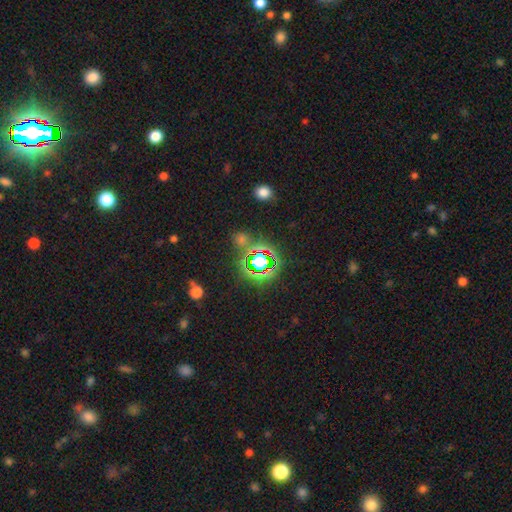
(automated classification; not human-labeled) Smooth or featured? Predicted: star or artifact (p=0.76).